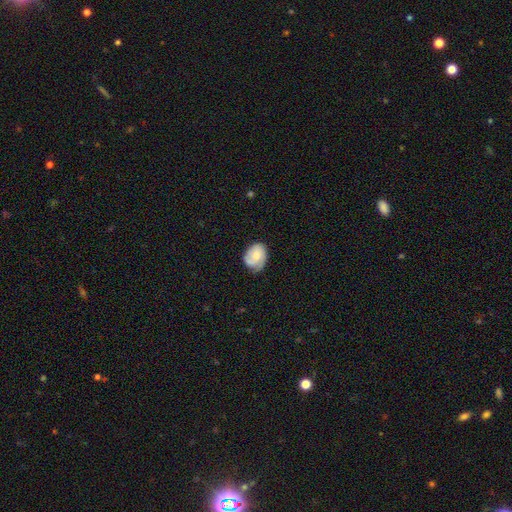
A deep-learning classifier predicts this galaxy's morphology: A smooth galaxy with no disk features (54%) that is in between round and cigar-shaped (62%). Merging: none (59%).